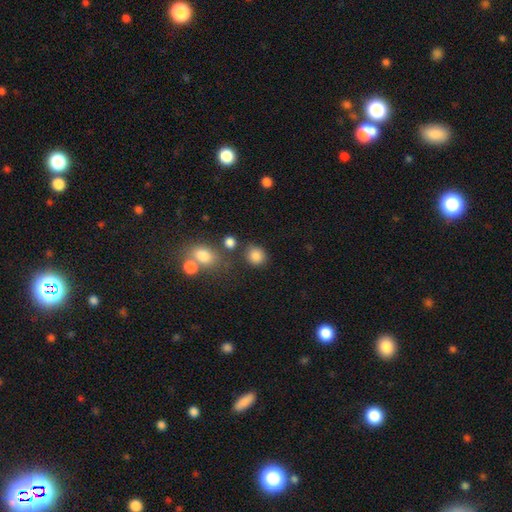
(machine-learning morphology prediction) This appears to be a smooth galaxy with no disk features (84%) that is round (79%). Merging: none (73%).